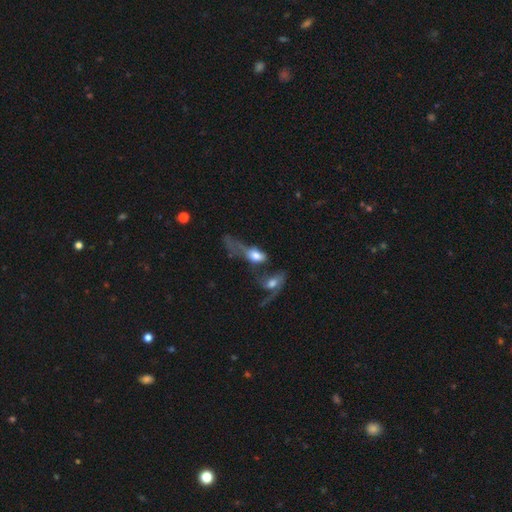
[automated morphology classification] Smooth or featured?
  - smooth: 54% *
  - featured or disk: 36%
  - star or artifact: 10%
How rounded?
  - in between: 76% *
  - round: 13%
  - cigar-shaped: 11%
Merging?
  - merger: 52% *
  - major disturbance: 27%
  - none: 11%
  - minor disturbance: 9%